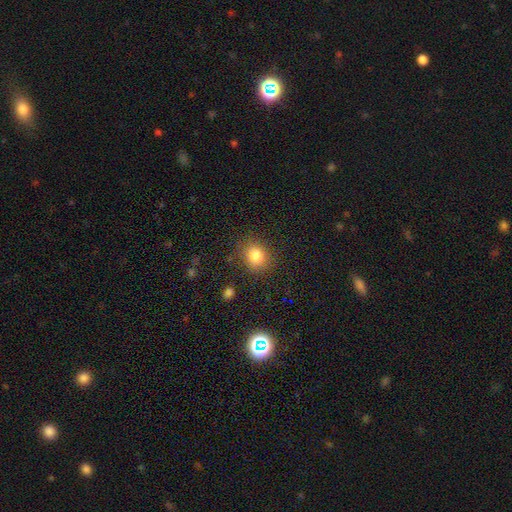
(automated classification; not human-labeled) Morphology: type=smooth (83%); roundness=round (66%); merging=none (83%).